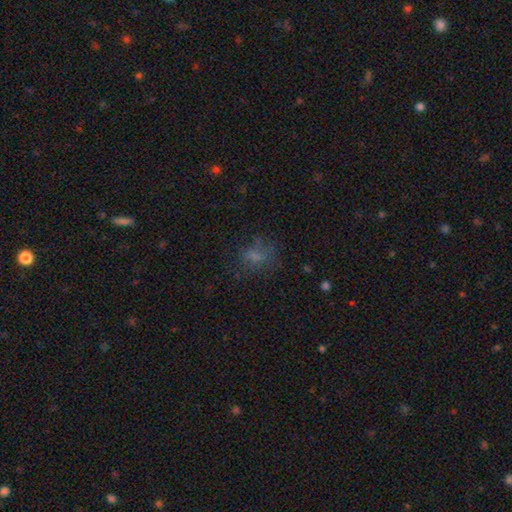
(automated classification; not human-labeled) Overall: smooth (61%; star or artifact 22%). How rounded: in between (59%; round 39%). Merging: none (56%; minor disturbance 21%).